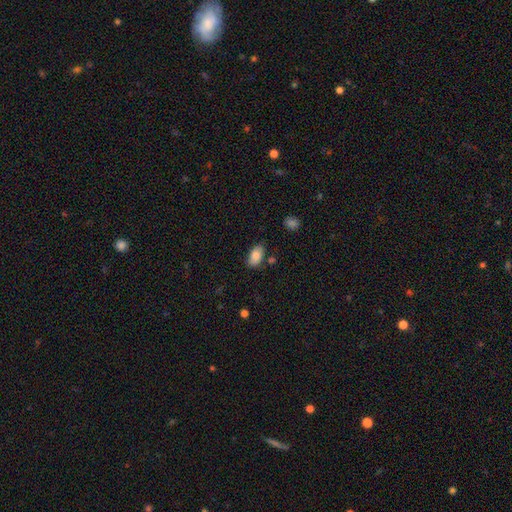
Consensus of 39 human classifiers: Smooth or featured?
  - smooth: 95% *
  - star or artifact: 5%
  - featured or disk: 0%
How rounded?
  - in between: 97% *
  - round: 3%
  - cigar-shaped: 0%
Merging?
  - none: 68% *
  - minor disturbance: 27%
  - major disturbance: 3%
  - merger: 3%